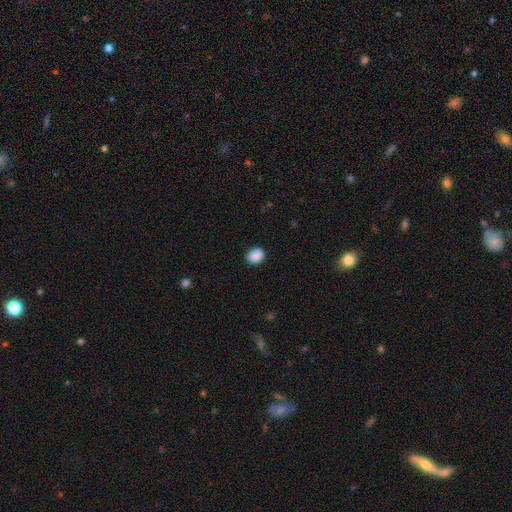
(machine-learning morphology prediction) This is clearly a smooth galaxy (89%). How rounded: possibly round (57%). Merging: clearly none (87%).